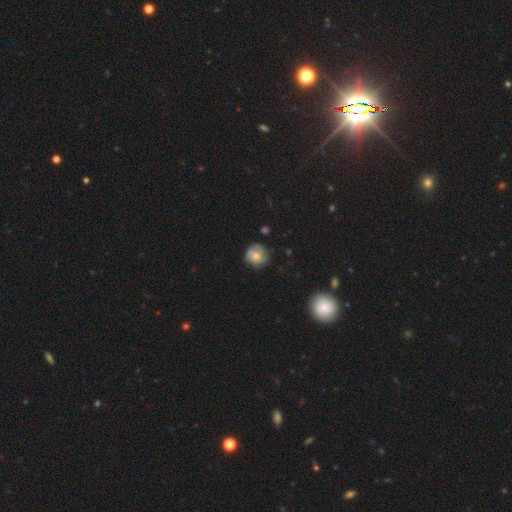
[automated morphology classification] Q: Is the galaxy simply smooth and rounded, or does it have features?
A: smooth — 63%.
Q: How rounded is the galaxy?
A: round — 89%.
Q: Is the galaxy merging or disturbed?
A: none — 69%.